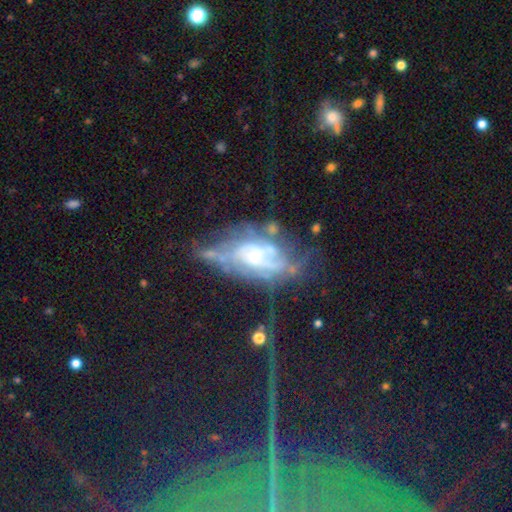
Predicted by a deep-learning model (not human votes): smooth-or-featured: featured or disk: 75% | smooth: 14% | star or artifact: 11%
  disk-edge-on: no: 91% | yes: 9%
    bar: no: 64% | weak: 27% | strong: 9%
    has-spiral-arms: yes: 70% | no: 30%
    bulge-size: small: 56% | moderate: 32% | none: 6% | large: 4% | dominant: 2%
  merging: none: 39% | major disturbance: 29% | minor disturbance: 22% | merger: 11%